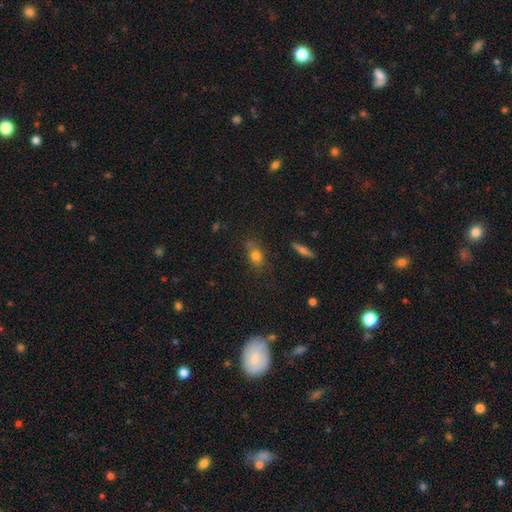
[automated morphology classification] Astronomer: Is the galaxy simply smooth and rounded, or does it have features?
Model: smooth — 75%.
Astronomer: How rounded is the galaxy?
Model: in between — 67%.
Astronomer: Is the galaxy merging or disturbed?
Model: none — 68%.